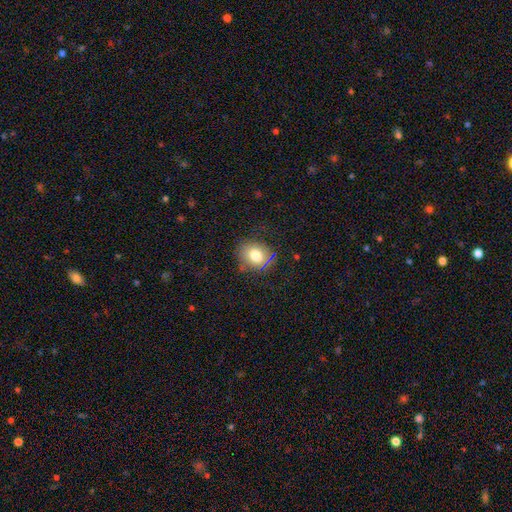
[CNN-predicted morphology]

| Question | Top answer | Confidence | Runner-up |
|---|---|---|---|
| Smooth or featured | smooth | 75% | star or artifact (12%) |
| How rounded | round | 54% | in between (45%) |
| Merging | none | 74% | minor disturbance (18%) |